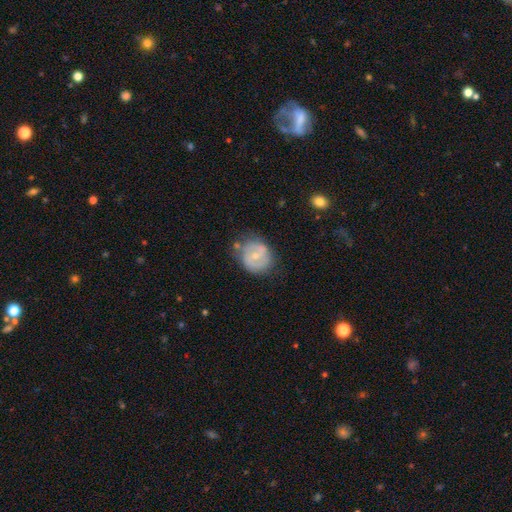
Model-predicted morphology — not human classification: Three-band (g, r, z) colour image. It shows a featured or disk galaxy (61%) with a weak bar (48%), spiral arms (73%) and a small central bulge (55%). Merging: none (64%).